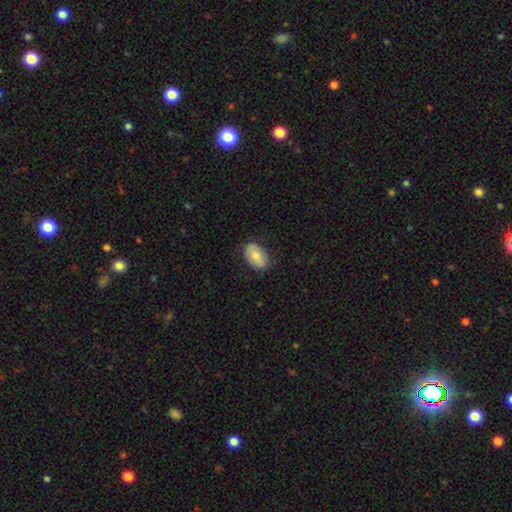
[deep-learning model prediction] smooth_or_featured: smooth (p=0.74) [alt: featured or disk p=0.19]
how_rounded: in between (p=0.92) [alt: round p=0.07]
merging: none (p=0.80) [alt: minor disturbance p=0.16]